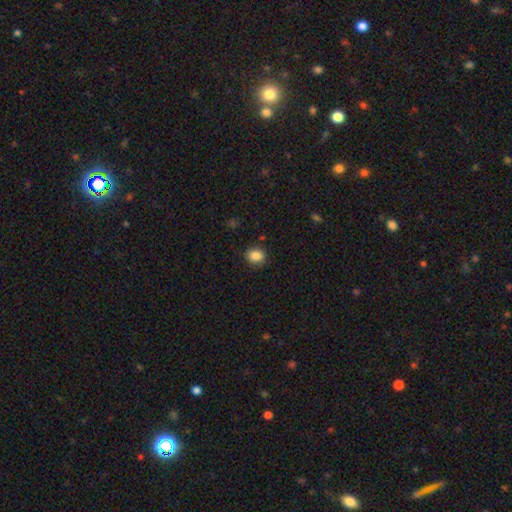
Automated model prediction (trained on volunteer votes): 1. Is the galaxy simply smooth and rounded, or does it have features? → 86% smooth, 10% star or artifact, 4% featured or disk.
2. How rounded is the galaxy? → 63% round, 36% in between, 1% cigar-shaped.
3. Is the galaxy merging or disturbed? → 87% none, 9% minor disturbance, 2% major disturbance, 1% merger.